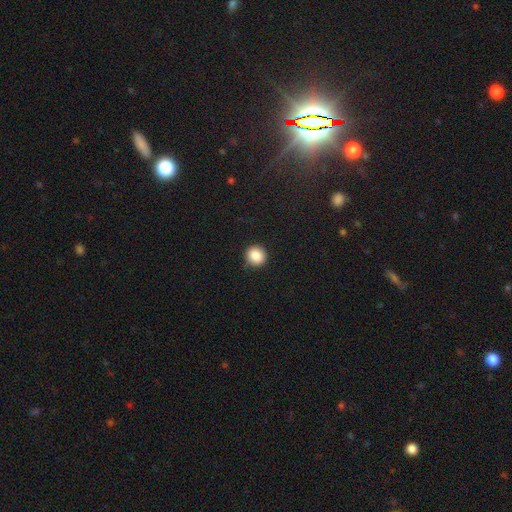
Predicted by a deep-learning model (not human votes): smooth_or_featured: smooth (p=0.87) [alt: star or artifact p=0.09]
how_rounded: round (p=0.91) [alt: in between p=0.08]
merging: none (p=0.89) [alt: minor disturbance p=0.08]